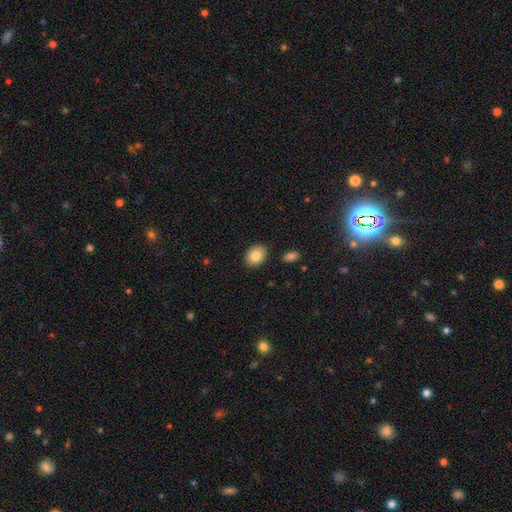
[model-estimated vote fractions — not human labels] Smooth or featured? Predicted: smooth (p=0.83). How rounded? Predicted: in between (p=0.71). Merging? Predicted: none (p=0.88).